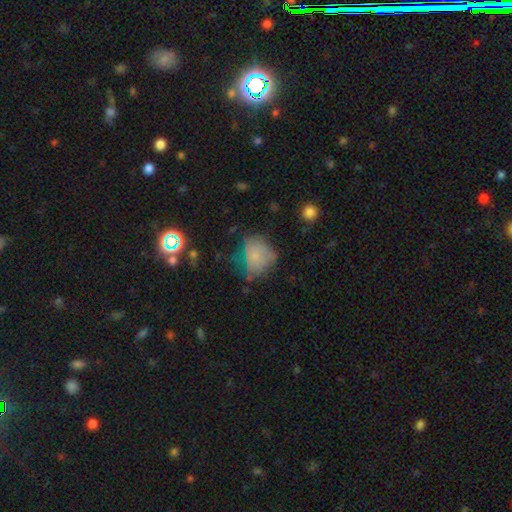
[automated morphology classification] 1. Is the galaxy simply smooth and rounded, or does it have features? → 67% smooth, 20% featured or disk, 13% star or artifact.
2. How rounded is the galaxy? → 54% round, 45% in between, 1% cigar-shaped.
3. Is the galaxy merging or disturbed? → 41% none, 33% minor disturbance, 21% major disturbance, 5% merger.